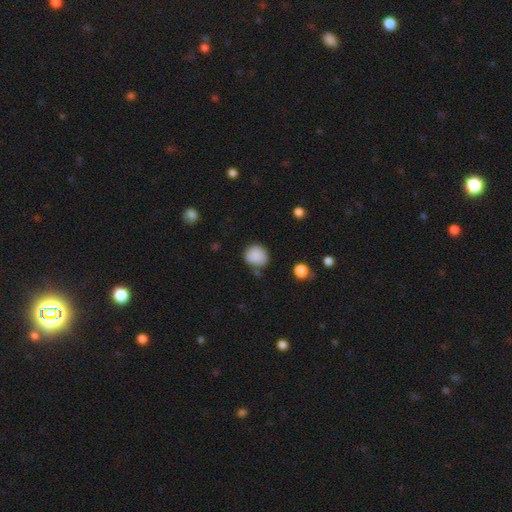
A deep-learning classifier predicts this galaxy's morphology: The model was most divided on "merging": none: 71%, minor disturbance: 19%, merger: 6%, major disturbance: 5%. More confident: smooth or featured — smooth (87%); how rounded — round (85%).